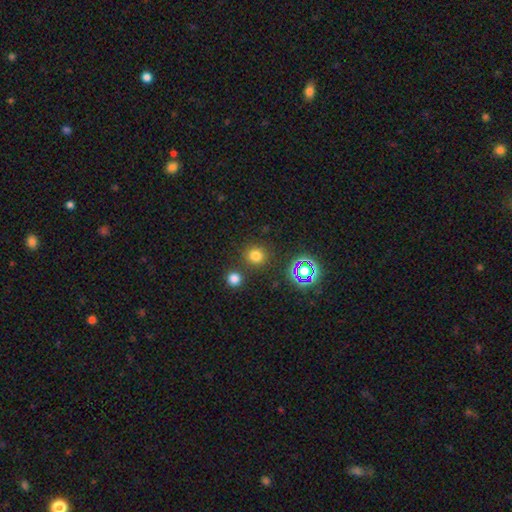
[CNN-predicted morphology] Q: Smooth or featured?
A: smooth (72%); runner-up: star or artifact (22%)
Q: How rounded?
A: round (91%); runner-up: in between (8%)
Q: Merging?
A: none (82%); runner-up: minor disturbance (7%)